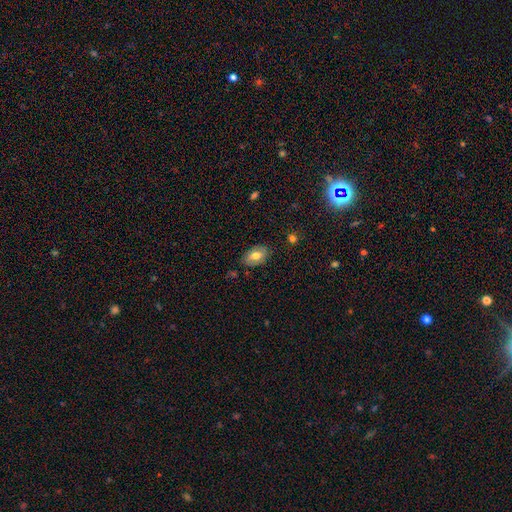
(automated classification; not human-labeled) Smooth or featured? smooth (69%)
How rounded? in between (91%)
Merging? none (82%)